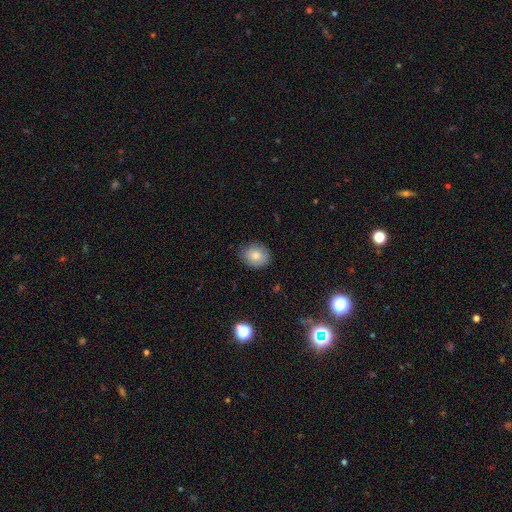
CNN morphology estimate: Smooth or featured? smooth (81%)
How rounded? round (64%)
Merging? none (84%)